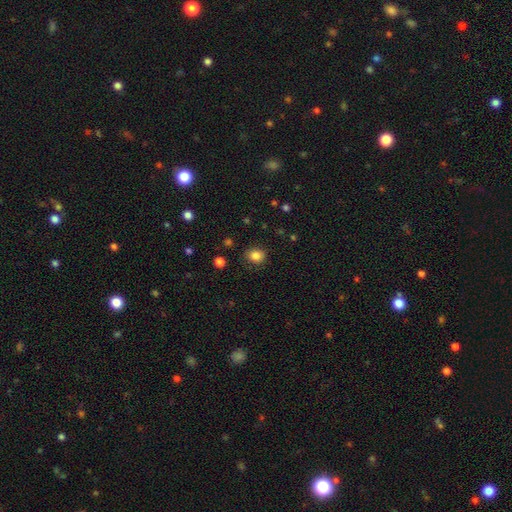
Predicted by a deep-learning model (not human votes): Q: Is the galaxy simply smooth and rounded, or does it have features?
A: smooth — 85%.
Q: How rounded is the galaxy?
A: round — 56%.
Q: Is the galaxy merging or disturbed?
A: none — 84%.